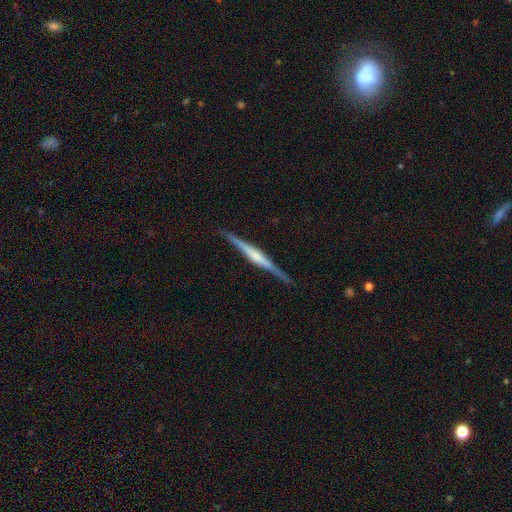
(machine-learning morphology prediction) Q: Smooth or featured?
A: featured or disk (75%); runner-up: smooth (20%)
Q: Edge-on disk?
A: yes (98%); runner-up: no (2%)
Q: Edge-on bulge?
A: rounded (46%); runner-up: boxy (33%)
Q: Merging?
A: none (88%); runner-up: minor disturbance (9%)